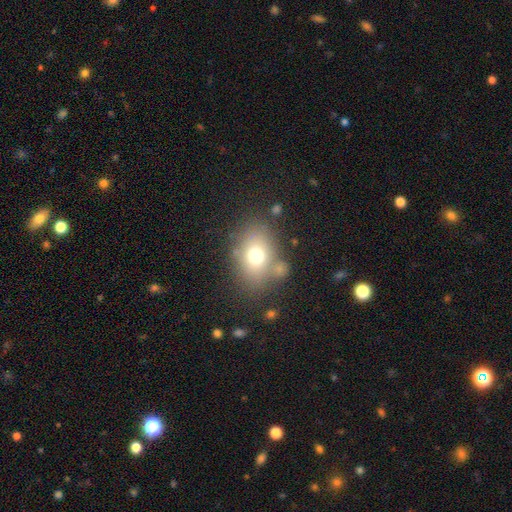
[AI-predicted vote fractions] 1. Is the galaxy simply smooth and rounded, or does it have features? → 71% smooth, 16% featured or disk, 13% star or artifact.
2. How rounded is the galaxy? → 64% in between, 35% round, 1% cigar-shaped.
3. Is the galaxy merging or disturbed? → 68% none, 15% minor disturbance, 10% merger, 7% major disturbance.